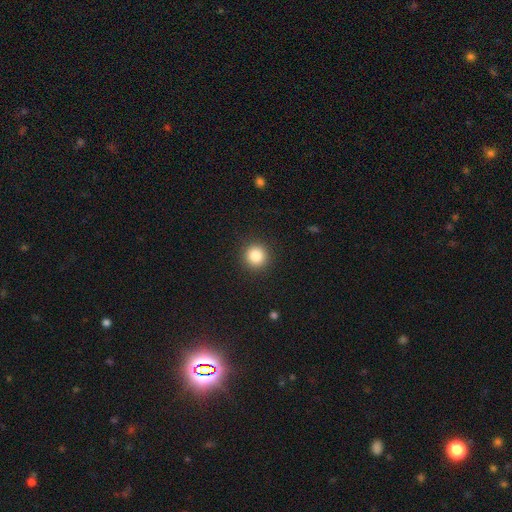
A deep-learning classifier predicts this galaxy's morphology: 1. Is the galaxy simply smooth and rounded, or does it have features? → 85% smooth, 10% star or artifact, 5% featured or disk.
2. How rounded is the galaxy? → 94% round, 5% in between, 1% cigar-shaped.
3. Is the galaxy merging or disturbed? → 91% none, 5% minor disturbance, 2% major disturbance, 1% merger.